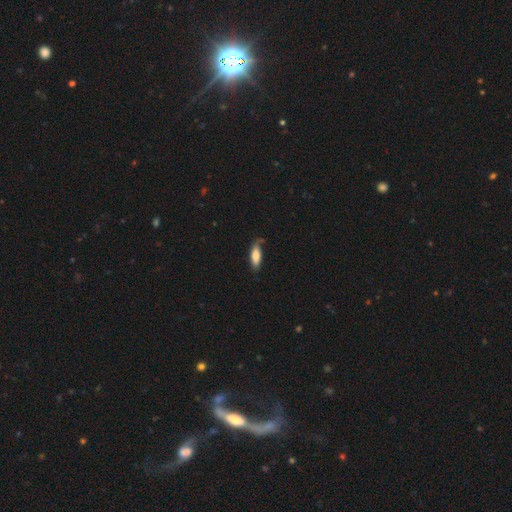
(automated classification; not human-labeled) smooth-or-featured: smooth: 75% | featured or disk: 19% | star or artifact: 6%
  how-rounded: in between: 62% | cigar-shaped: 36% | round: 2%
  merging: none: 63% | minor disturbance: 27% | major disturbance: 7% | merger: 3%